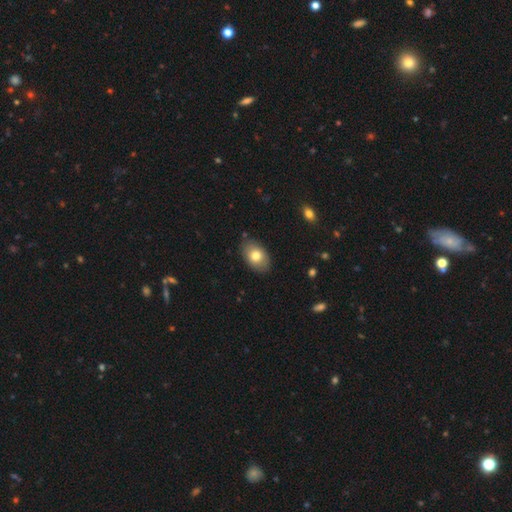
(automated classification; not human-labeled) Q: Smooth or featured?
A: smooth (76%); runner-up: featured or disk (16%)
Q: How rounded?
A: in between (88%); runner-up: round (11%)
Q: Merging?
A: none (84%); runner-up: minor disturbance (12%)